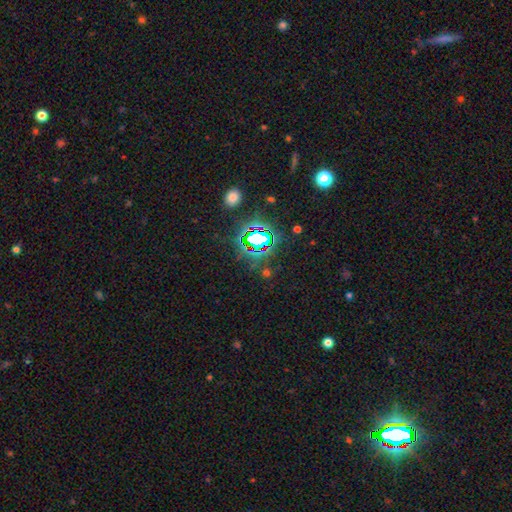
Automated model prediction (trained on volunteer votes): star or artifact 81%, smooth 12%, featured or disk 7%.